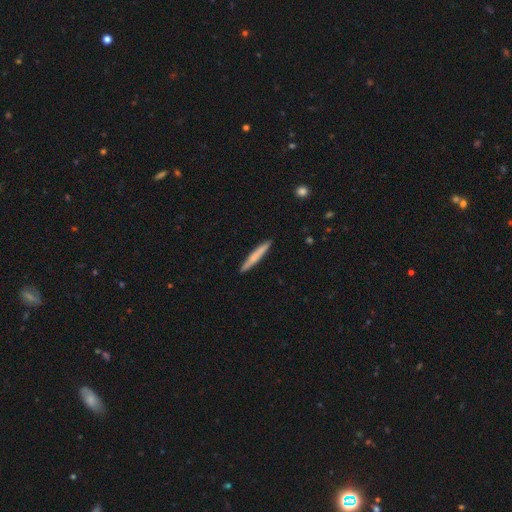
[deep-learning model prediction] Q: Smooth or featured?
A: smooth (64%); runner-up: featured or disk (30%)
Q: How rounded?
A: cigar-shaped (96%); runner-up: in between (3%)
Q: Merging?
A: none (92%); runner-up: minor disturbance (6%)